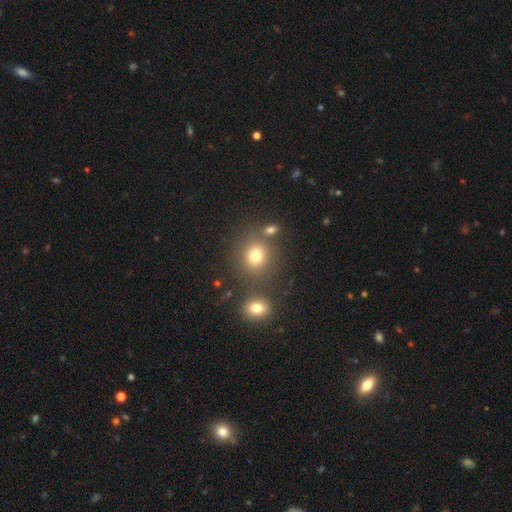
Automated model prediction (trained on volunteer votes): Smooth or featured? smooth (75%)
How rounded? round (78%)
Merging? none (71%)